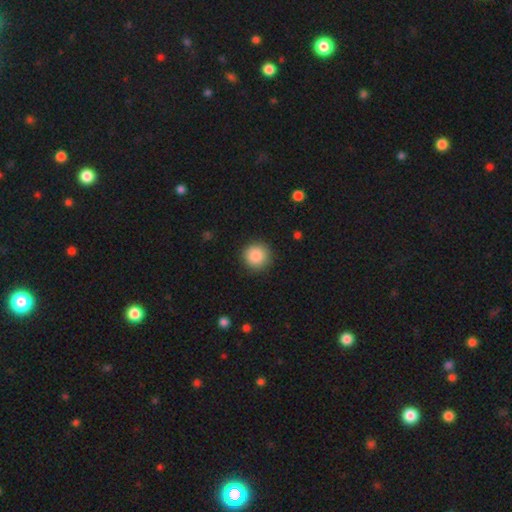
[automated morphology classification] This appears to be a smooth galaxy with no disk features (88%) that is round (94%). Merging: none (90%).